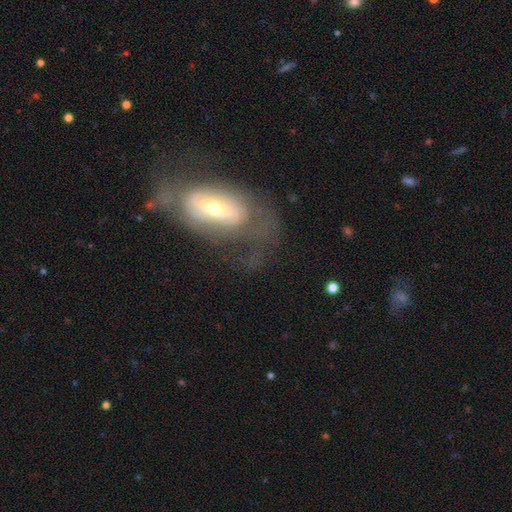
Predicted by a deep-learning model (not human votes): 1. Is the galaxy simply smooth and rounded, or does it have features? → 57% featured or disk, 33% smooth, 10% star or artifact.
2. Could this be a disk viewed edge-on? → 88% no, 12% yes.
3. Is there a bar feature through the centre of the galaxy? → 59% no, 24% weak, 16% strong.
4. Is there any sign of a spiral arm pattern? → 63% no, 37% yes.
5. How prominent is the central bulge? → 48% small, 46% moderate, 4% large, 1% dominant, 1% none.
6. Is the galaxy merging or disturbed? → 38% major disturbance, 36% none, 21% minor disturbance, 5% merger.